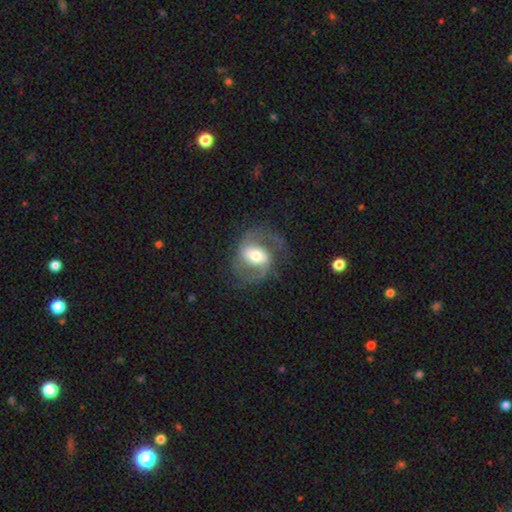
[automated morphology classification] This is clearly a featured or disk galaxy (81%). It is clearly not viewed edge-on (97%). Bar: marginally weak (40%). Spiral arm pattern: clearly yes (91%). Spiral arm count: clearly 2 (89%). Spiral winding: possibly medium (54%). Central bulge: likely moderate (60%). Merging: likely none (69%).